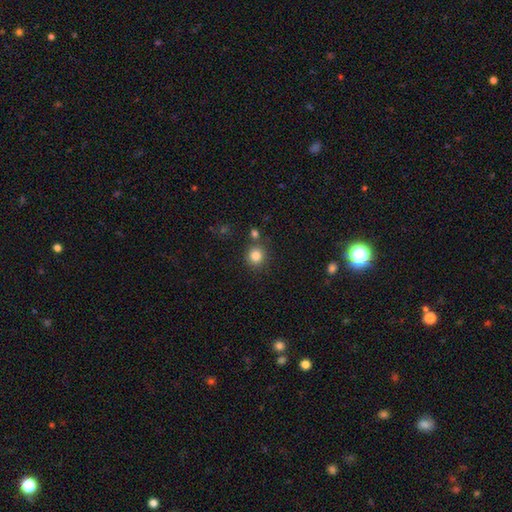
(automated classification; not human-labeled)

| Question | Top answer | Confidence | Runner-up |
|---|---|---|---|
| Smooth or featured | smooth | 84% | star or artifact (11%) |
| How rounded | round | 89% | in between (10%) |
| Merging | none | 79% | merger (9%) |